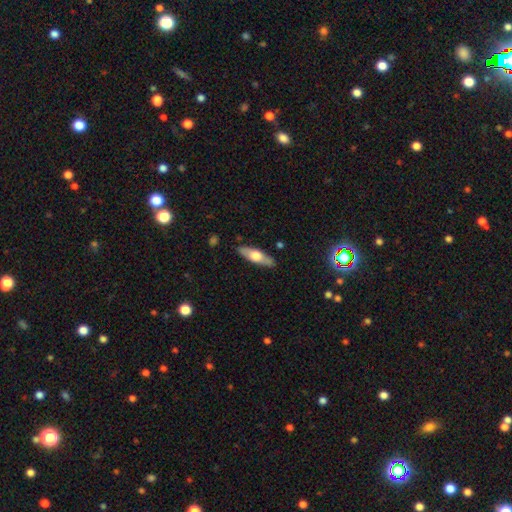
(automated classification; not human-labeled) Morphology: type=smooth (50%); roundness=cigar-shaped (54%); merging=none (88%).